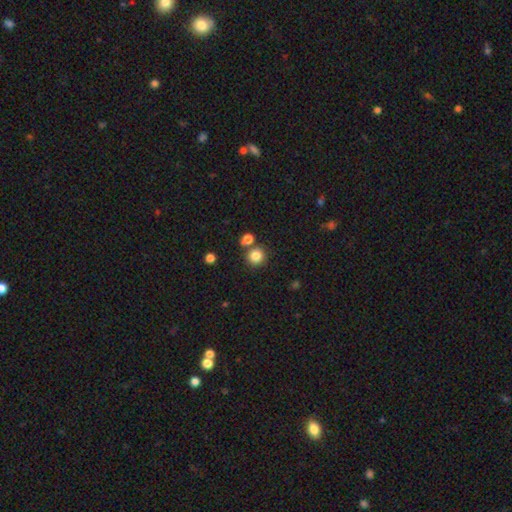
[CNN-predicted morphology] smooth 83%, star or artifact 11%, featured or disk 5%. Down the decision tree: how rounded — round (91%); merging — none (74%).